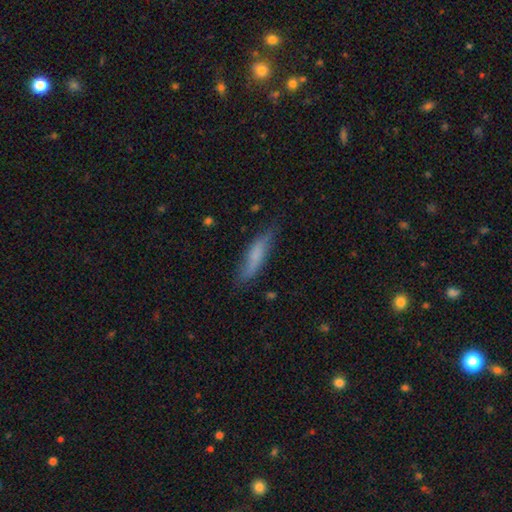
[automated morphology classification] type=smooth (65%); roundness=cigar-shaped (75%); merging=none (71%).